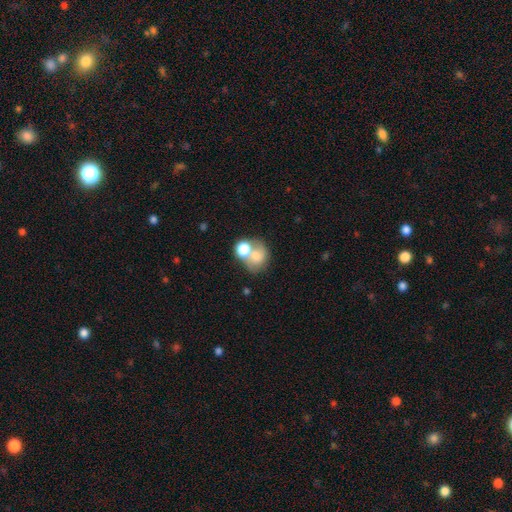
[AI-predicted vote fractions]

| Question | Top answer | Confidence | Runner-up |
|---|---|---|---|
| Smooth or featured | smooth | 68% | featured or disk (22%) |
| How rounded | round | 57% | in between (42%) |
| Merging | merger | 53% | none (29%) |